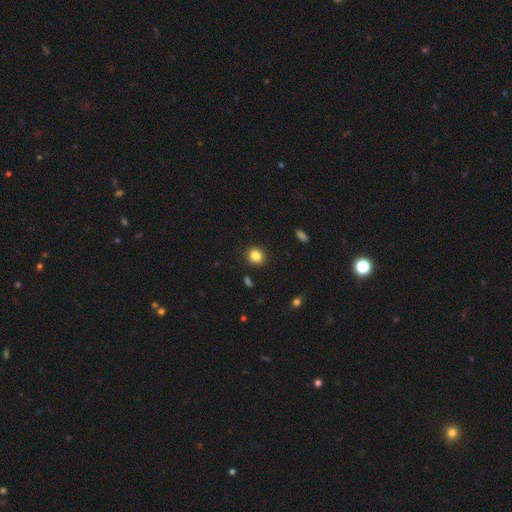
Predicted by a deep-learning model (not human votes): Overall: smooth (85%). How rounded: round (78%). Merging: none (89%).